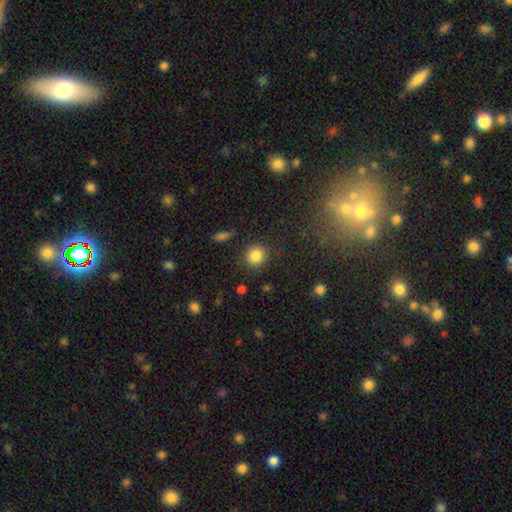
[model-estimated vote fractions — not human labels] This is clearly a smooth galaxy (85%). How rounded: clearly round (86%). Merging: clearly none (84%).